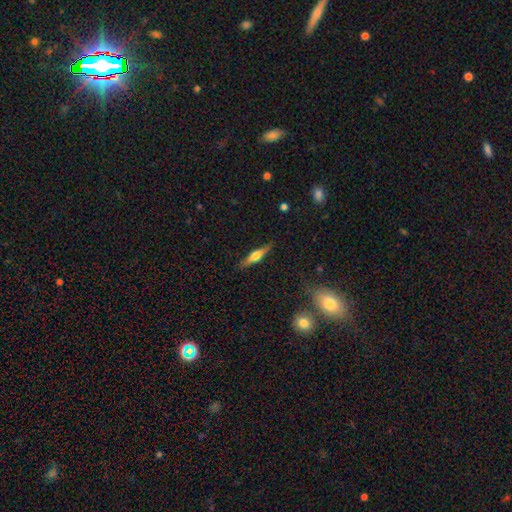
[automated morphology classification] Q: Smooth or featured?
A: featured or disk (63%); runner-up: smooth (30%)
Q: Edge-on disk?
A: yes (97%); runner-up: no (3%)
Q: Edge-on bulge?
A: rounded (88%); runner-up: boxy (9%)
Q: Merging?
A: none (88%); runner-up: minor disturbance (8%)